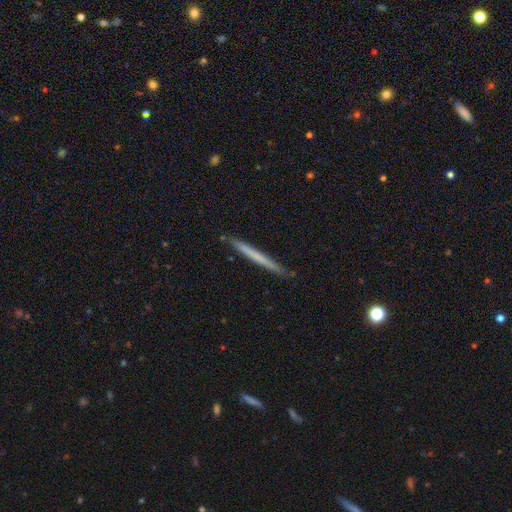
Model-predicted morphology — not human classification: smooth 56%, featured or disk 39%, star or artifact 5%. Down the decision tree: how rounded — cigar-shaped (97%); merging — none (88%).